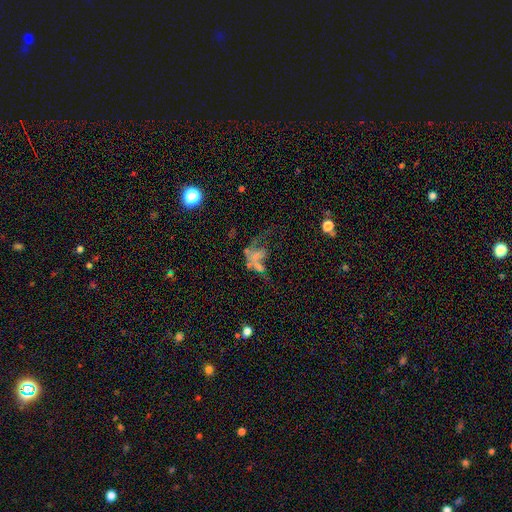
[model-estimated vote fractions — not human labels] Q: Smooth or featured?
A: featured or disk (45%); runner-up: smooth (28%)
Q: Merging?
A: major disturbance (40%); runner-up: merger (27%)